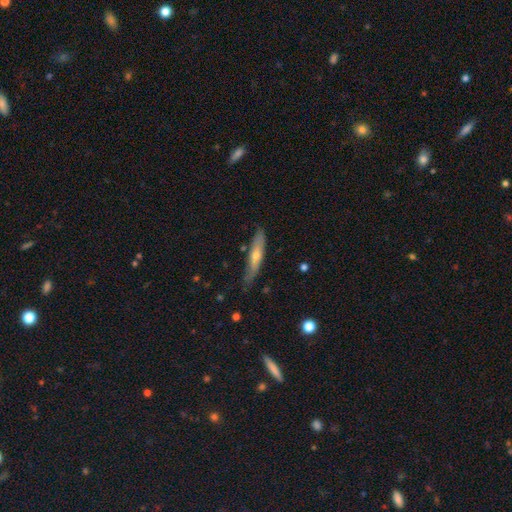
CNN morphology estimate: Q: Smooth or featured?
A: featured or disk (53%); runner-up: smooth (39%)
Q: Edge-on disk?
A: yes (82%); runner-up: no (18%)
Q: Merging?
A: none (75%); runner-up: minor disturbance (20%)